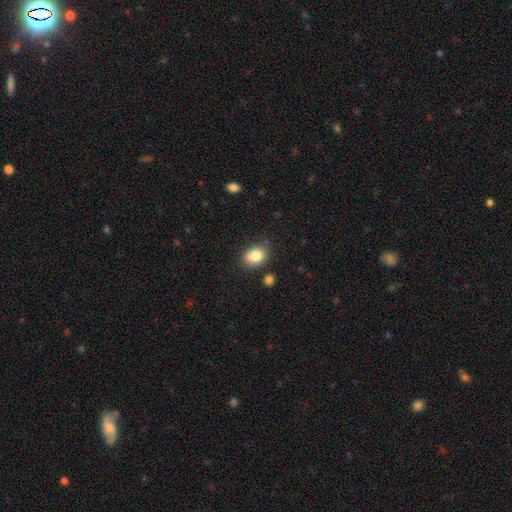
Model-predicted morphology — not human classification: smooth 84%, star or artifact 9%, featured or disk 7%. Down the decision tree: how rounded — in between (66%); merging — none (77%).